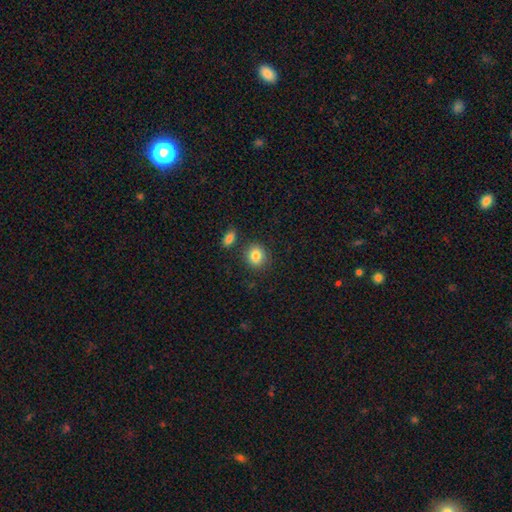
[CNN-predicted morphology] A smooth galaxy with no disk features (85%) that is round (75%). Merging: none (82%).